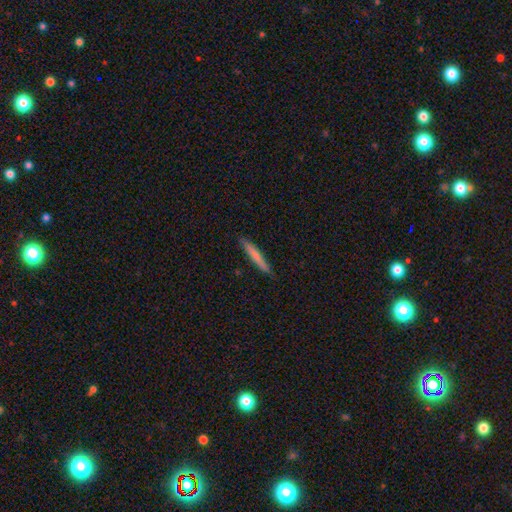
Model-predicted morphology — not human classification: A smooth galaxy with no disk features (69%) that is cigar-shaped (95%). Merging: none (89%).